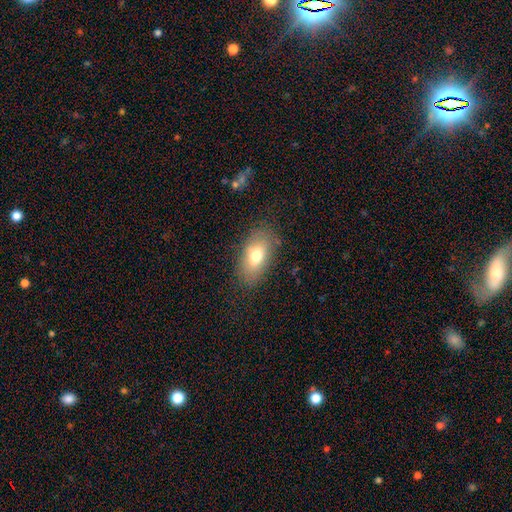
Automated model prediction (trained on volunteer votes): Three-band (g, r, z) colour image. It shows a smooth galaxy with no disk features (74%) that is in between round and cigar-shaped (90%). Merging: none (81%).